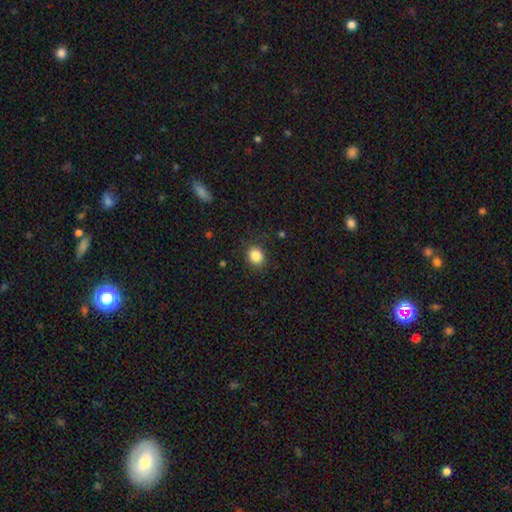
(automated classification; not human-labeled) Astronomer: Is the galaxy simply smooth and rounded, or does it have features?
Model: smooth — 86%.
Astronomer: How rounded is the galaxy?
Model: round — 69%.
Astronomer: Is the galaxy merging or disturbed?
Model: none — 84%.